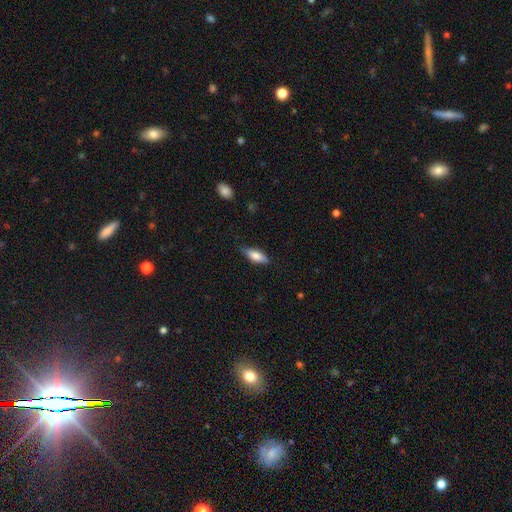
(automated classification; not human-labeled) Q: Smooth or featured?
A: smooth (73%); runner-up: featured or disk (20%)
Q: How rounded?
A: in between (72%); runner-up: cigar-shaped (26%)
Q: Merging?
A: none (72%); runner-up: minor disturbance (23%)